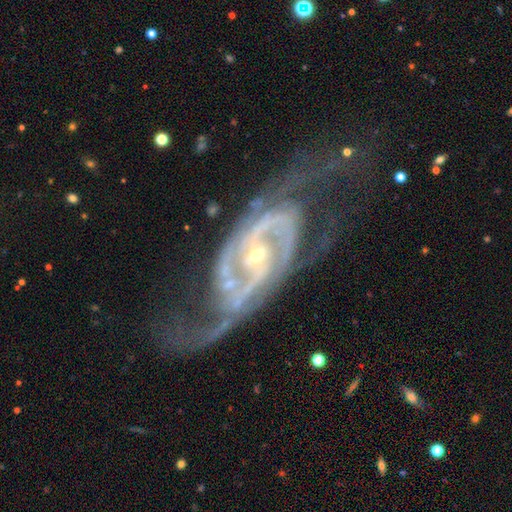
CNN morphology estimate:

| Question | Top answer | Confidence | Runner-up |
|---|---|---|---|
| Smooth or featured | featured or disk | 92% | star or artifact (5%) |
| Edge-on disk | no | 96% | yes (4%) |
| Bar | no | 41% | weak (31%) |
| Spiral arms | yes | 97% | no (3%) |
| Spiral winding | medium | 46% | tight (37%) |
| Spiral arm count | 2 | 76% | 3 (7%) |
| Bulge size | small | 64% | moderate (32%) |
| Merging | none | 53% | major disturbance (25%) |